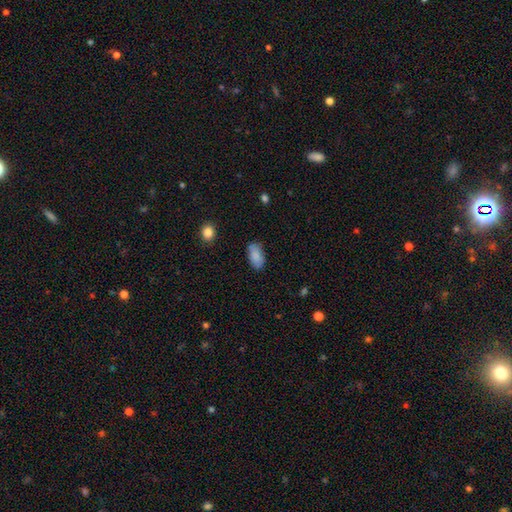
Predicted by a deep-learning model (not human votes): A smooth galaxy with no disk features (86%) that is in between round and cigar-shaped (93%). Merging: none (78%).